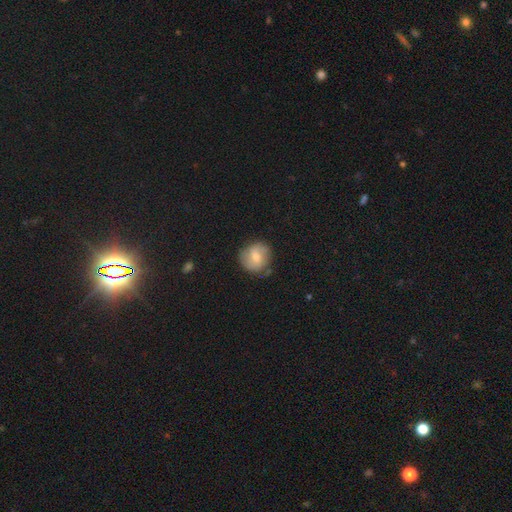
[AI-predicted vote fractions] Smooth or featured?
  - smooth: 59% *
  - featured or disk: 34%
  - star or artifact: 7%
How rounded?
  - round: 82% *
  - in between: 16%
  - cigar-shaped: 1%
Merging?
  - none: 75% *
  - minor disturbance: 18%
  - major disturbance: 5%
  - merger: 2%